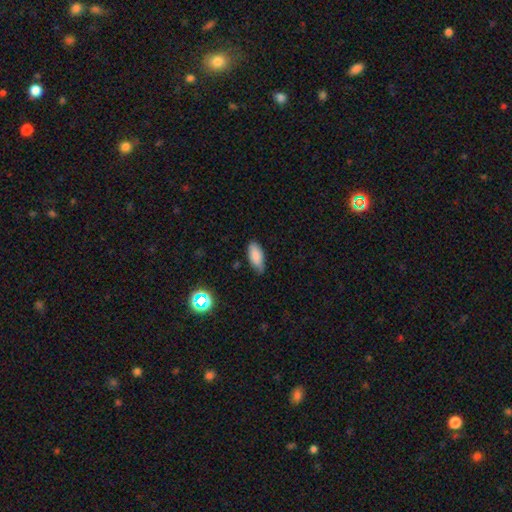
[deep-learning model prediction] A smooth galaxy with no disk features (85%) that is in between round and cigar-shaped (87%). Merging: none (70%).